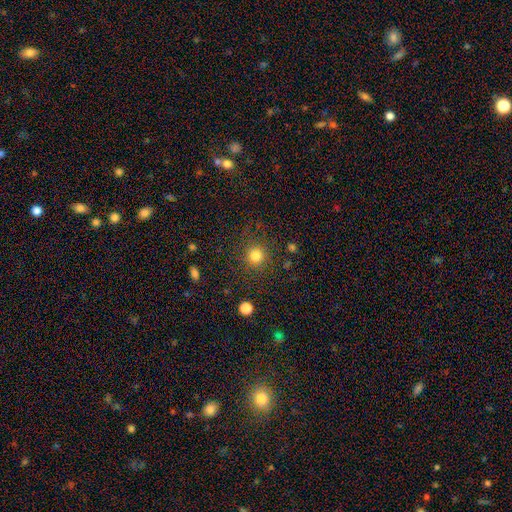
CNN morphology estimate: Smooth or featured: smooth — 82% (star or artifact — 13%)
How rounded: round — 92% (in between — 7%)
Merging: none — 85% (minor disturbance — 8%)